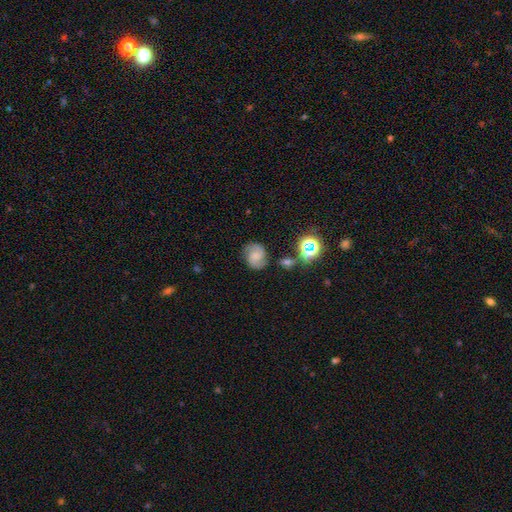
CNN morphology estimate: smooth-or-featured: featured or disk: 66% | smooth: 23% | star or artifact: 11%
  disk-edge-on: no: 98% | yes: 2%
    bar: no: 55% | weak: 37% | strong: 8%
    has-spiral-arms: yes: 95% | no: 5%
      spiral-winding: medium: 52% | tight: 32% | loose: 16%
      spiral-arm-count: 2: 89% | can't tell: 5% | 3: 2% | 1: 2% | 4: 1% | more than 4: 1%
    bulge-size: small: 41% | none: 29% | moderate: 24% | large: 4% | dominant: 2%
  merging: none: 75% | minor disturbance: 15% | major disturbance: 5% | merger: 5%